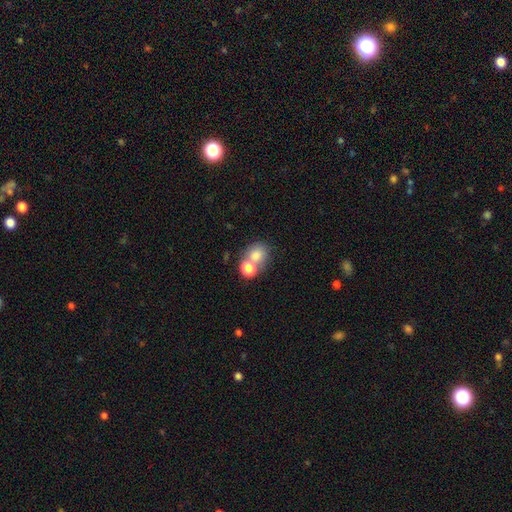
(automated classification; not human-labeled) The model was most divided on "merging": merger: 46%, none: 41%, minor disturbance: 9%, major disturbance: 5%. More confident: smooth or featured — smooth (77%); how rounded — round (65%).